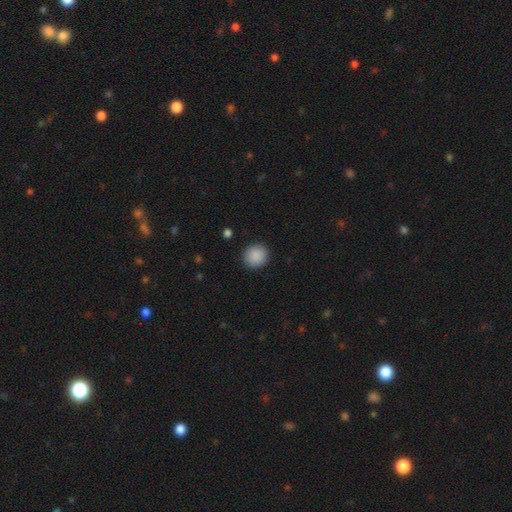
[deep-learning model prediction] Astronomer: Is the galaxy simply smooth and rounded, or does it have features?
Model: smooth — 89%.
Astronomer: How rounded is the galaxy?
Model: round — 92%.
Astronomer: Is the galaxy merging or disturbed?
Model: none — 91%.